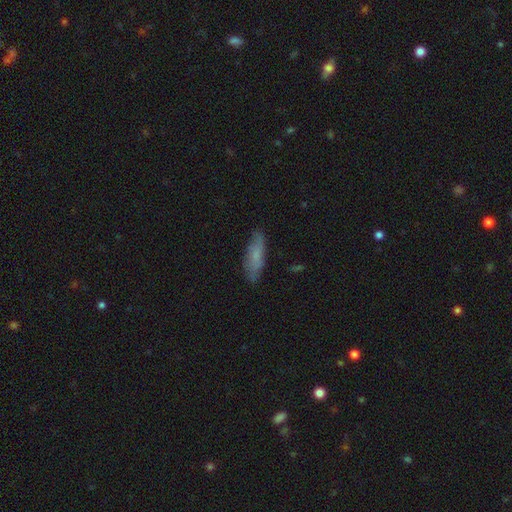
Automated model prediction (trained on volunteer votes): Overall: smooth (66%; featured or disk 27%). How rounded: cigar-shaped (53%; in between 45%). Merging: none (79%).